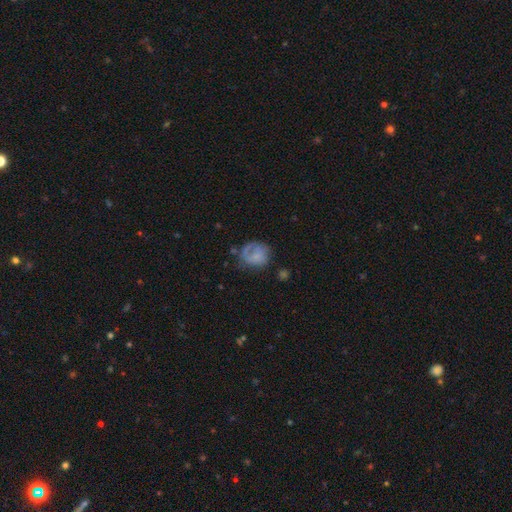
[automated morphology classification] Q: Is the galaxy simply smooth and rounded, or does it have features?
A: smooth — 54%.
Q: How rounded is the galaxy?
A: round — 68%.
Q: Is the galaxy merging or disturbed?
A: none — 43%.